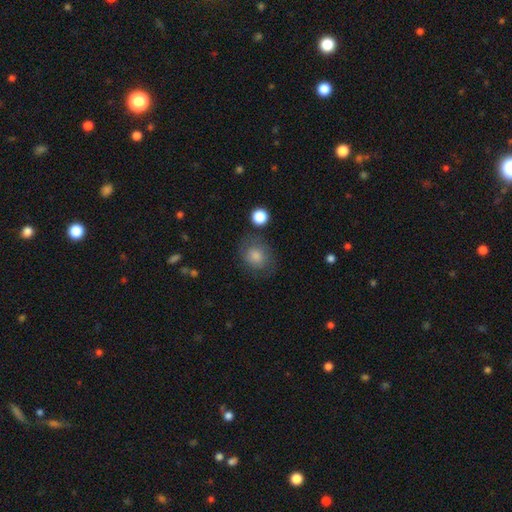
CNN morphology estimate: smooth-or-featured: smooth: 65% | featured or disk: 21% | star or artifact: 14%
  how-rounded: round: 67% | in between: 32% | cigar-shaped: 1%
  merging: none: 75% | minor disturbance: 16% | major disturbance: 7% | merger: 2%